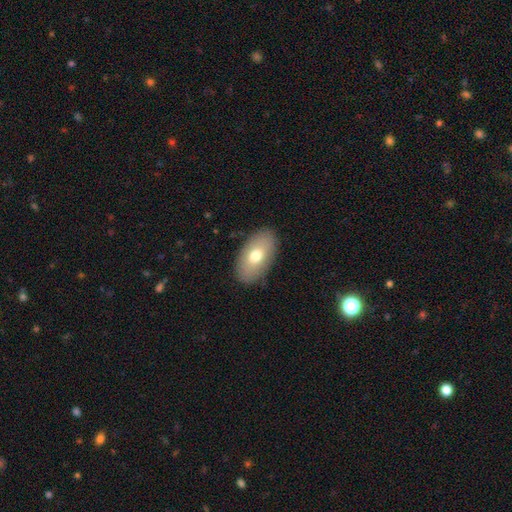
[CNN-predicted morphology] Smooth or featured? smooth (72%)
How rounded? in between (94%)
Merging? none (87%)